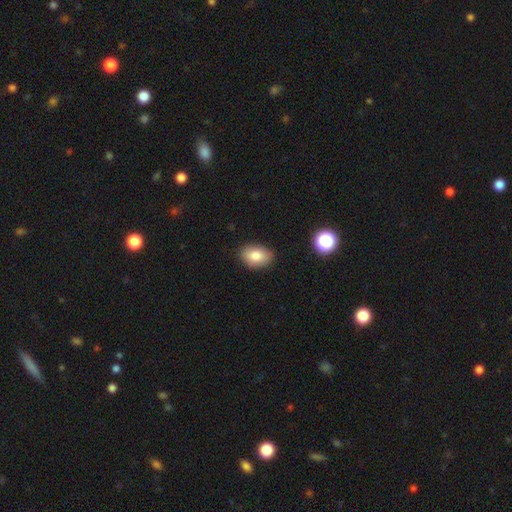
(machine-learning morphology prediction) A smooth galaxy with no disk features (83%) that is in between round and cigar-shaped (83%).

Vote fractions:
- Smooth or featured? smooth: 83% / featured or disk: 9% / star or artifact: 8%
- How rounded? in between: 83% / round: 16% / cigar-shaped: 1%
- Merging? none: 86% / minor disturbance: 11% / major disturbance: 2% / merger: 1%